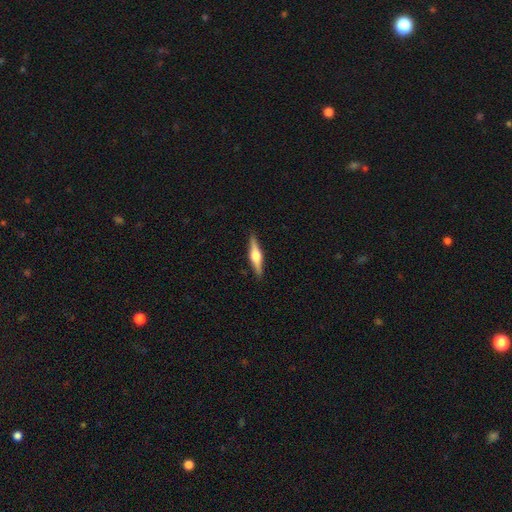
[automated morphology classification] featured or disk 69%, smooth 25%, star or artifact 5%. Down the decision tree: edge-on disk — yes (98%); edge-on bulge — rounded (92%); merging — none (91%).